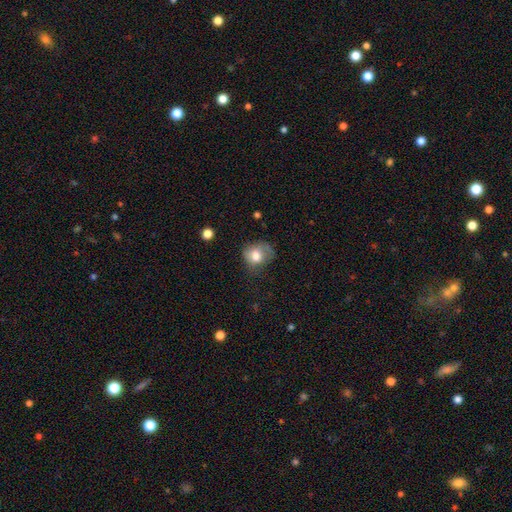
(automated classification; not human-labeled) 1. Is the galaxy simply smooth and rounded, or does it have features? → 75% smooth, 16% featured or disk, 9% star or artifact.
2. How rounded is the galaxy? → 60% round, 39% in between, 1% cigar-shaped.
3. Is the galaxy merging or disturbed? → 43% none, 34% minor disturbance, 21% major disturbance, 2% merger.